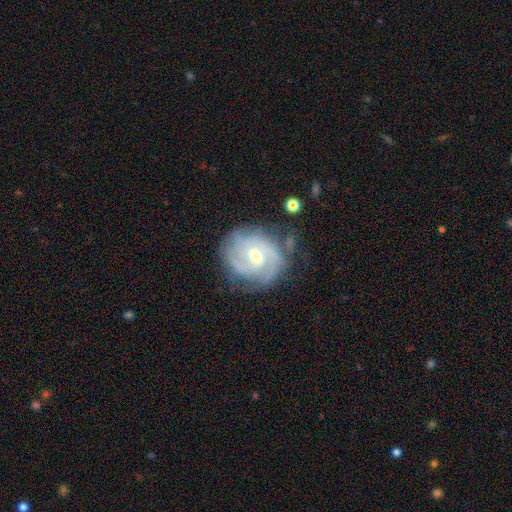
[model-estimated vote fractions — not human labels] smooth-or-featured: featured or disk: 85% | smooth: 9% | star or artifact: 6%
  disk-edge-on: no: 98% | yes: 2%
    bar: no: 58% | weak: 35% | strong: 7%
    has-spiral-arms: yes: 96% | no: 4%
      spiral-winding: tight: 55% | medium: 36% | loose: 9%
      spiral-arm-count: 2: 34% | 3: 29% | can't tell: 21% | 4: 7% | 1: 5% | more than 4: 4%
    bulge-size: small: 58% | moderate: 40% | large: 1% | none: 1% | dominant: 1%
  merging: none: 71% | minor disturbance: 19% | major disturbance: 7% | merger: 3%